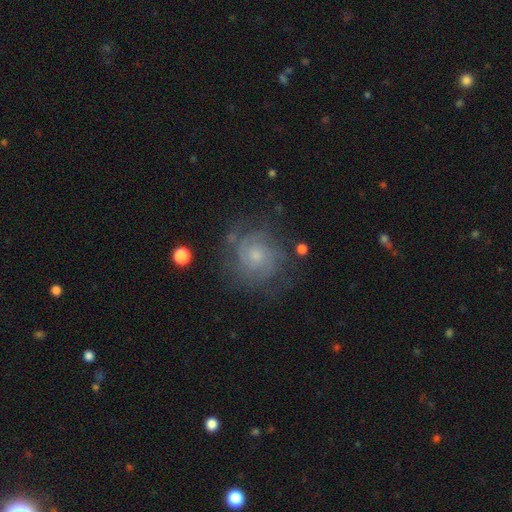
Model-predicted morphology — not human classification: A featured or disk galaxy (71%) with no bar (75%), tight (62%) spiral arms (90%) and a small central bulge (55%). Merging: none (70%).